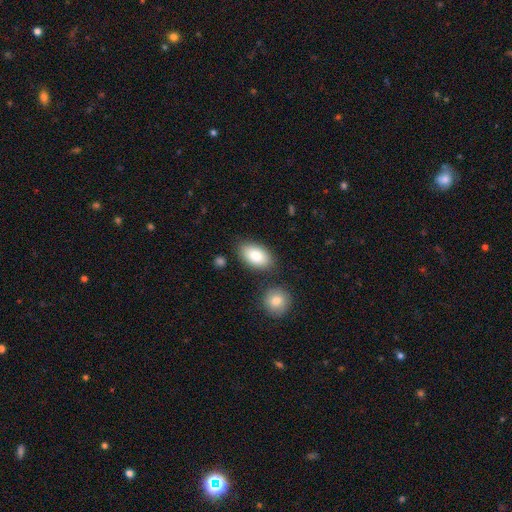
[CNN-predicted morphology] Smooth or featured? smooth (83%)
How rounded? in between (92%)
Merging? none (79%)